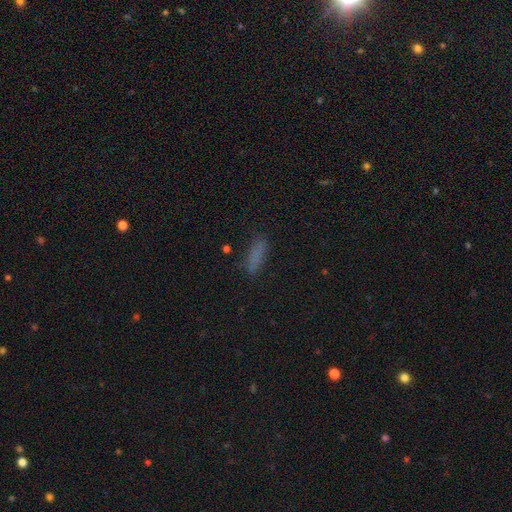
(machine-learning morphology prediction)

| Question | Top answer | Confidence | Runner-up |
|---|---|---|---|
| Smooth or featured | smooth | 78% | star or artifact (13%) |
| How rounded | cigar-shaped | 58% | in between (39%) |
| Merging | none | 77% | minor disturbance (16%) |